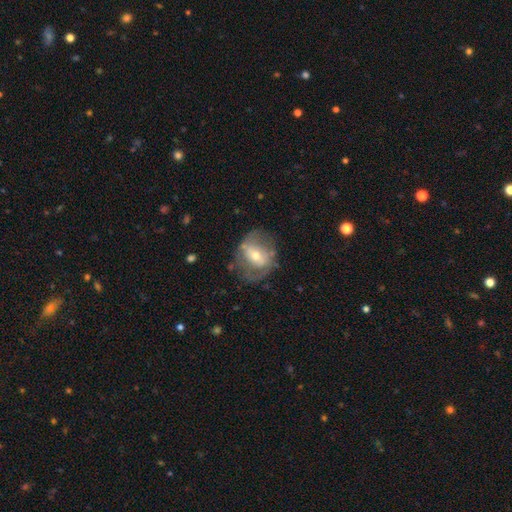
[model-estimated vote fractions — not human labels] Smooth or featured: featured or disk — 59% (smooth — 33%)
Edge-on disk: no — 94% (yes — 6%)
Bar: no — 39% (weak — 37%)
Spiral arms: no — 55% (yes — 45%)
Bulge size: moderate — 61% (small — 31%)
Merging: none — 57% (minor disturbance — 23%)